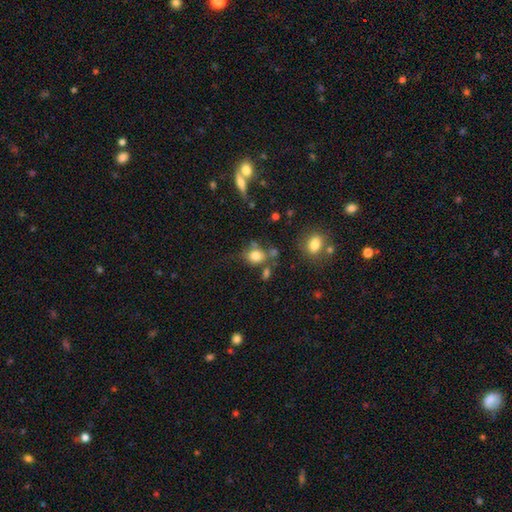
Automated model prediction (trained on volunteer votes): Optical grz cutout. It shows a smooth galaxy with no disk features (79%) that is round (51%). Merging: none (59%).